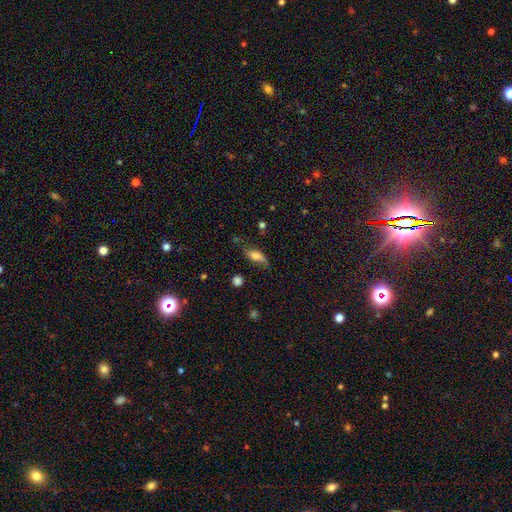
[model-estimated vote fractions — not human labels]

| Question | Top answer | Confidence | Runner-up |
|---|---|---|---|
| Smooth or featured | smooth | 56% | featured or disk (35%) |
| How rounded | in between | 72% | cigar-shaped (23%) |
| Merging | none | 52% | minor disturbance (30%) |